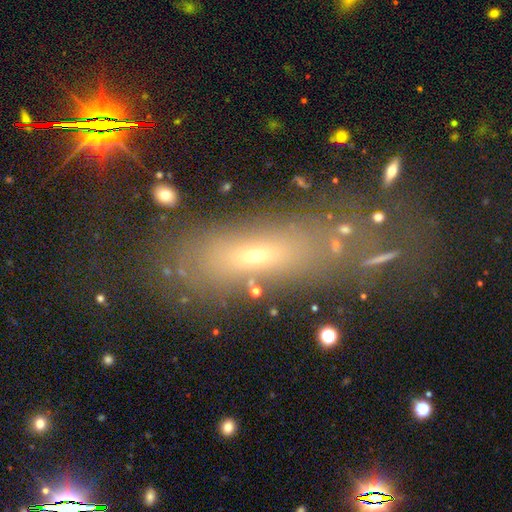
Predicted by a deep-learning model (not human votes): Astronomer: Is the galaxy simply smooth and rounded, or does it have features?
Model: smooth — 55%.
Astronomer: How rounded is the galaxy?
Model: in between — 56% (runner-up: cigar-shaped, 37%).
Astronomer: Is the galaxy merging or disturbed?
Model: none — 71%.